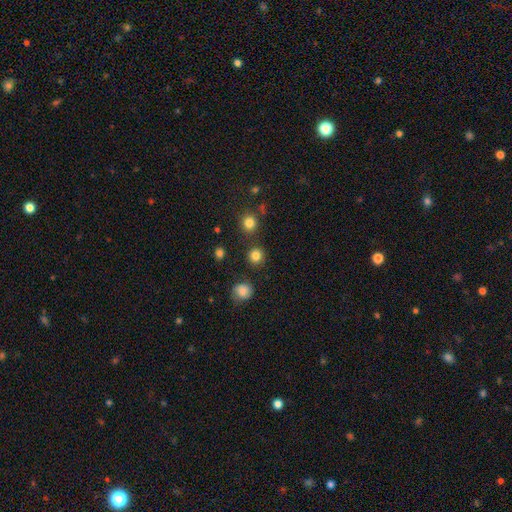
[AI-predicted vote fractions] Q: Smooth or featured?
A: smooth (83%); runner-up: star or artifact (13%)
Q: How rounded?
A: round (92%); runner-up: in between (7%)
Q: Merging?
A: none (86%); runner-up: minor disturbance (7%)